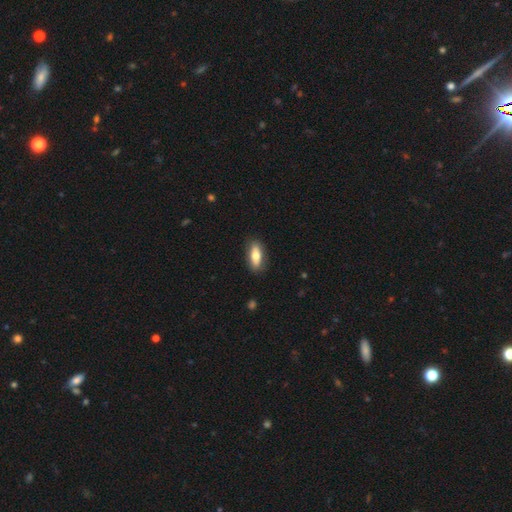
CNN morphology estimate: smooth-or-featured: smooth: 71% | featured or disk: 23% | star or artifact: 6%
  how-rounded: in between: 74% | cigar-shaped: 23% | round: 3%
  merging: none: 86% | minor disturbance: 11% | major disturbance: 2% | merger: 1%